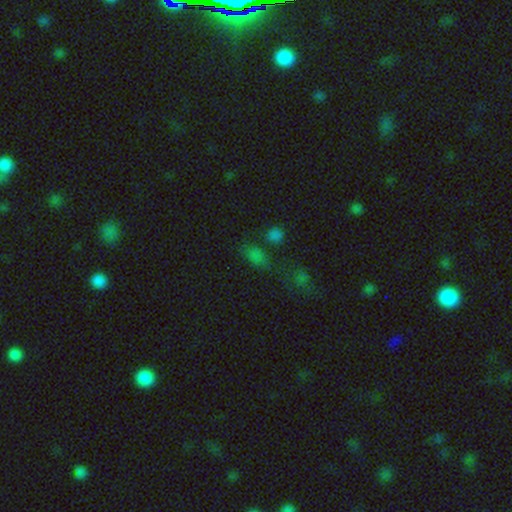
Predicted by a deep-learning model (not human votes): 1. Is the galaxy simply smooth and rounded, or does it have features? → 59% smooth, 33% star or artifact, 7% featured or disk.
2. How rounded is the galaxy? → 73% in between, 19% round, 8% cigar-shaped.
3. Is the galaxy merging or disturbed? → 59% none, 17% minor disturbance, 15% merger, 9% major disturbance.